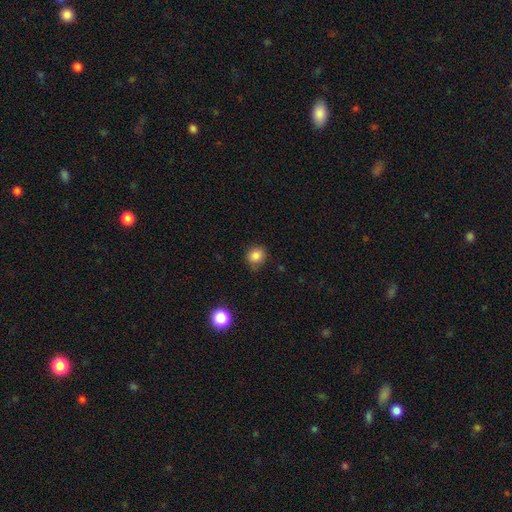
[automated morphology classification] smooth-or-featured: smooth: 84% | star or artifact: 11% | featured or disk: 5%
  how-rounded: round: 78% | in between: 22% | cigar-shaped: 1%
  merging: none: 77% | minor disturbance: 18% | major disturbance: 4% | merger: 2%